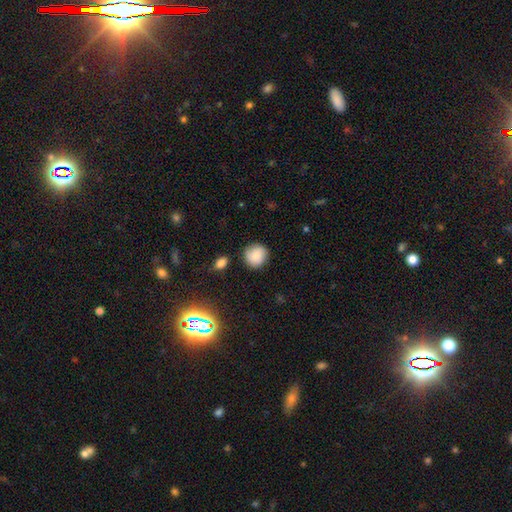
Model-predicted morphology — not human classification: Smooth or featured? Predicted: smooth (p=0.81). How rounded? Predicted: round (p=0.91). Merging? Predicted: none (p=0.83).